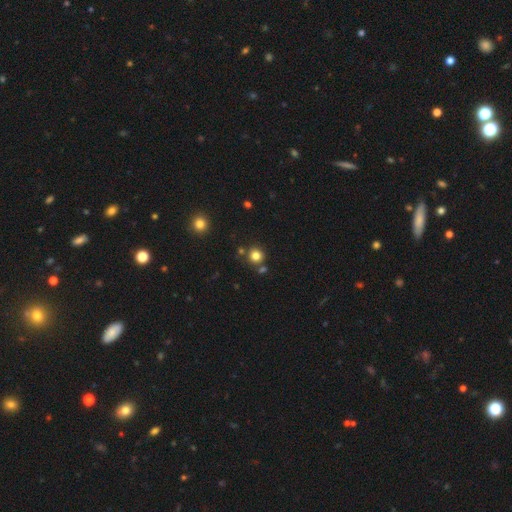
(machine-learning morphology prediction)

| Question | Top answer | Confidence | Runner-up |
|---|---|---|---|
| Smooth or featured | smooth | 81% | star or artifact (14%) |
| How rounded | round | 92% | in between (7%) |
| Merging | none | 79% | merger (11%) |